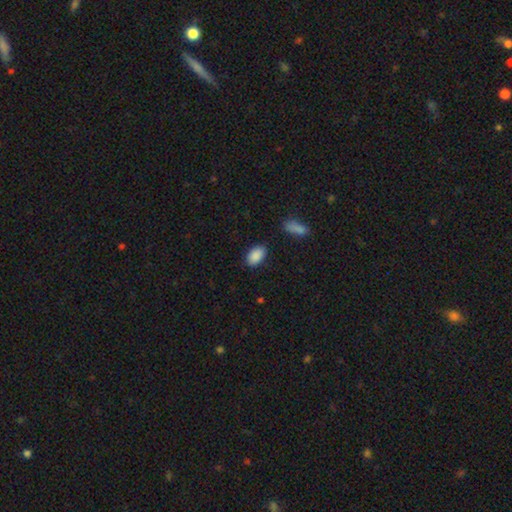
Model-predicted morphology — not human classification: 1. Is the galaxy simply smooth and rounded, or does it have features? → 90% smooth, 7% star or artifact, 4% featured or disk.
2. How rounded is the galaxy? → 91% in between, 7% round, 1% cigar-shaped.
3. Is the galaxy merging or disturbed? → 85% none, 10% minor disturbance, 3% major disturbance, 2% merger.